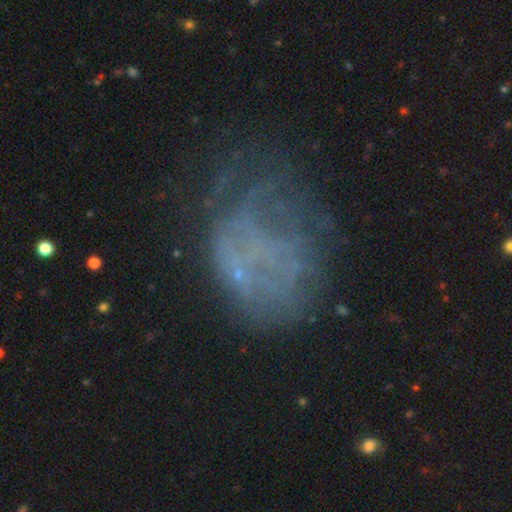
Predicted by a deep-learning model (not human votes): Smooth or featured?
  - featured or disk: 44% *
  - smooth: 31%
  - star or artifact: 25%
Merging?
  - none: 41% *
  - major disturbance: 34%
  - minor disturbance: 21%
  - merger: 4%